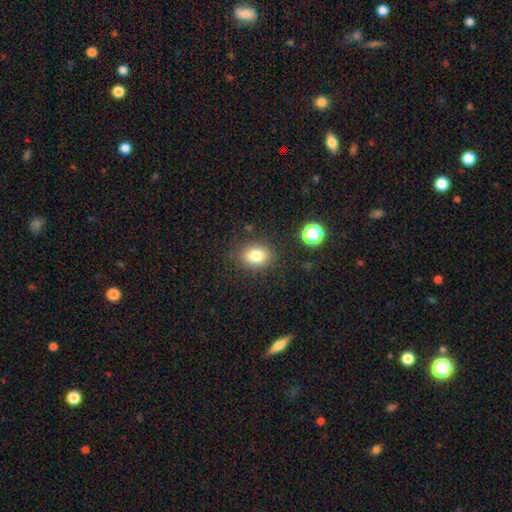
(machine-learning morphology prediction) Overall: smooth (81%). How rounded: in between (54%; round 45%). Merging: none (84%).